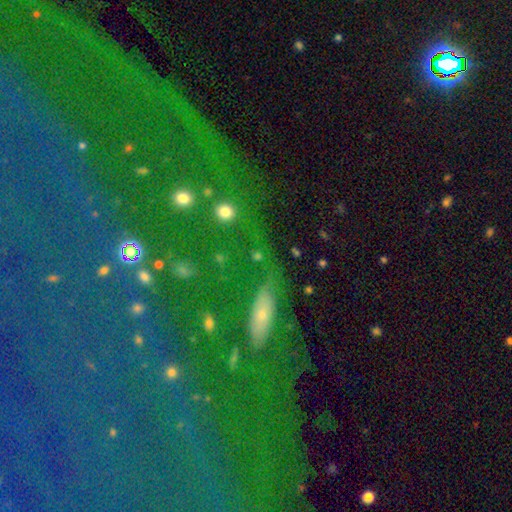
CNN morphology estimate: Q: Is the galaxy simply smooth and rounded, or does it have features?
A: smooth — 45%.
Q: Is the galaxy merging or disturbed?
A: none — 72%.